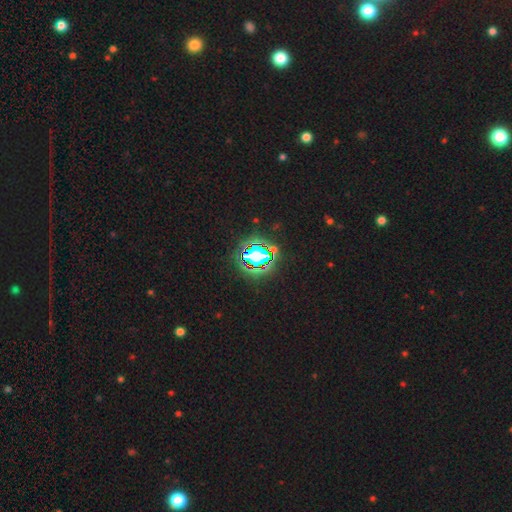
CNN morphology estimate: Smooth or featured?
  - star or artifact: 65% *
  - smooth: 22%
  - featured or disk: 12%